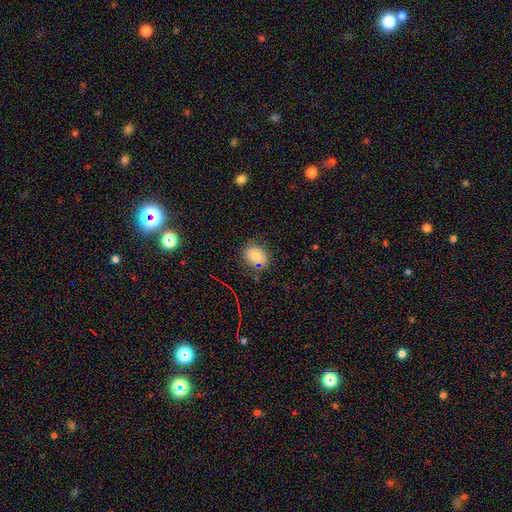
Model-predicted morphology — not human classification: Q: Smooth or featured?
A: smooth (73%); runner-up: star or artifact (14%)
Q: How rounded?
A: round (53%); runner-up: in between (46%)
Q: Merging?
A: none (76%); runner-up: minor disturbance (15%)